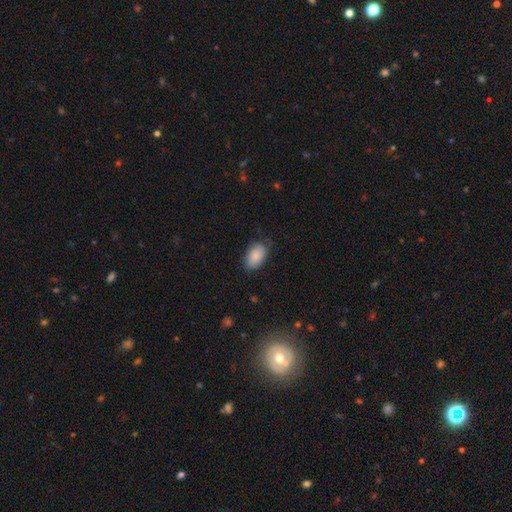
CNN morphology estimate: A smooth galaxy with no disk features (86%) that is in between round and cigar-shaped (93%). Merging: none (70%).